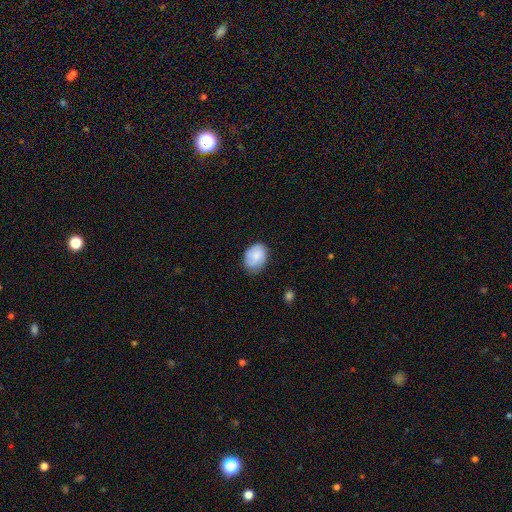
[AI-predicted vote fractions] The model was most divided on "how rounded": in between: 68%, round: 31%, cigar-shaped: 1%. More confident: smooth or featured — smooth (72%); merging — none (71%).